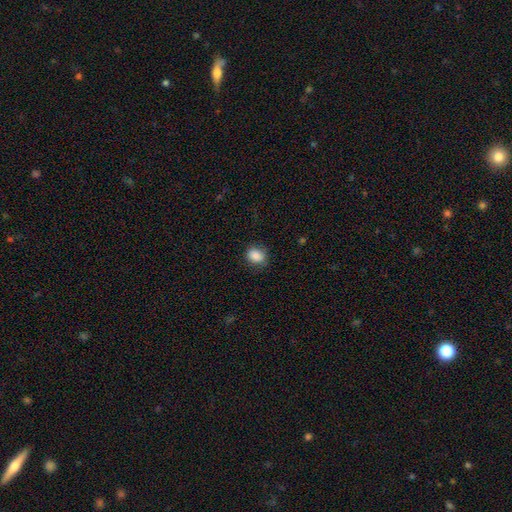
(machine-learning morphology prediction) Smooth or featured?
  - smooth: 87% *
  - star or artifact: 8%
  - featured or disk: 5%
How rounded?
  - round: 50% *
  - in between: 49%
  - cigar-shaped: 1%
Merging?
  - none: 80% *
  - minor disturbance: 16%
  - major disturbance: 4%
  - merger: 1%